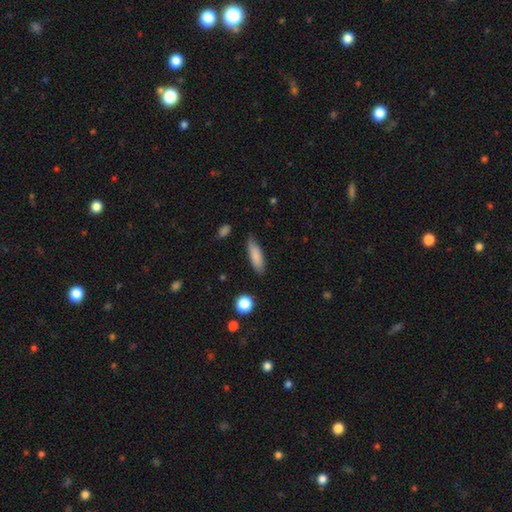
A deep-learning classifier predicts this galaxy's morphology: smooth-or-featured: smooth: 84% | featured or disk: 9% | star or artifact: 7%
  how-rounded: cigar-shaped: 53% | in between: 45% | round: 2%
  merging: none: 80% | minor disturbance: 16% | major disturbance: 3% | merger: 2%